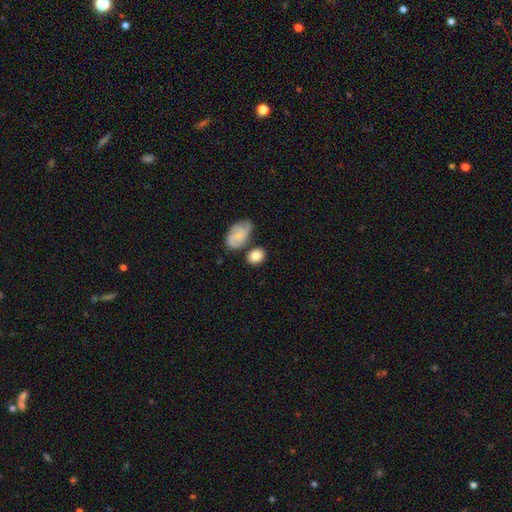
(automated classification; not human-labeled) A smooth galaxy with no disk features (80%) that is in between round and cigar-shaped (51%). Merging: none (65%).